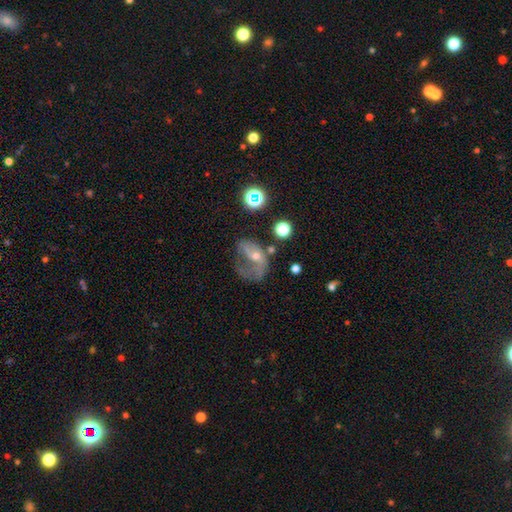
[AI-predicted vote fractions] Smooth or featured? featured or disk (58%)
Edge-on disk? no (96%)
Bar? no (63%)
Spiral arms? yes (61%)
Bulge size? small (55%)
Merging? major disturbance (50%)